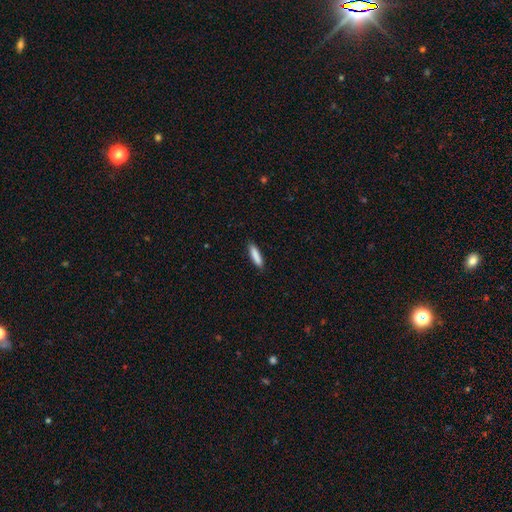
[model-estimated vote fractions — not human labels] smooth 88%, featured or disk 6%, star or artifact 6%. Down the decision tree: how rounded — cigar-shaped (75%); merging — none (88%).